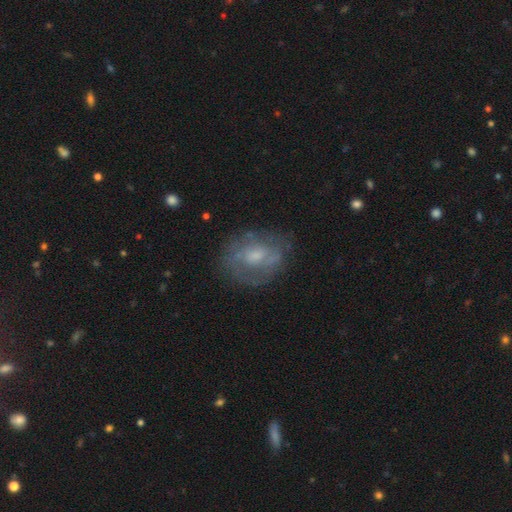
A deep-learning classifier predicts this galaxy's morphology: Q: Smooth or featured?
A: featured or disk (59%); runner-up: smooth (31%)
Q: Edge-on disk?
A: no (96%); runner-up: yes (4%)
Q: Bar?
A: no (60%); runner-up: weak (33%)
Q: Spiral arms?
A: yes (56%); runner-up: no (44%)
Q: Bulge size?
A: small (43%); runner-up: moderate (42%)
Q: Merging?
A: none (67%); runner-up: minor disturbance (20%)